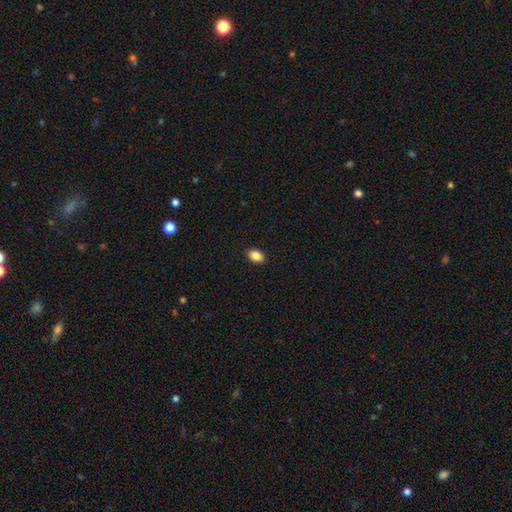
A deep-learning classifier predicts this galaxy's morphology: Smooth or featured: smooth — 87% (star or artifact — 8%)
How rounded: in between — 84% (round — 14%)
Merging: none — 91% (minor disturbance — 7%)